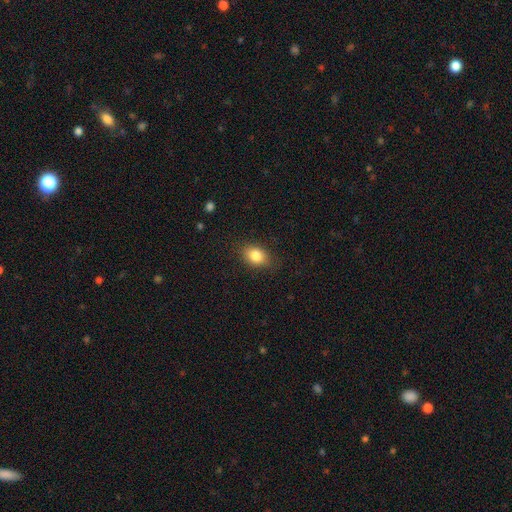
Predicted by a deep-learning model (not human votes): smooth 84%, star or artifact 9%, featured or disk 8%. Down the decision tree: how rounded — in between (73%); merging — none (84%).